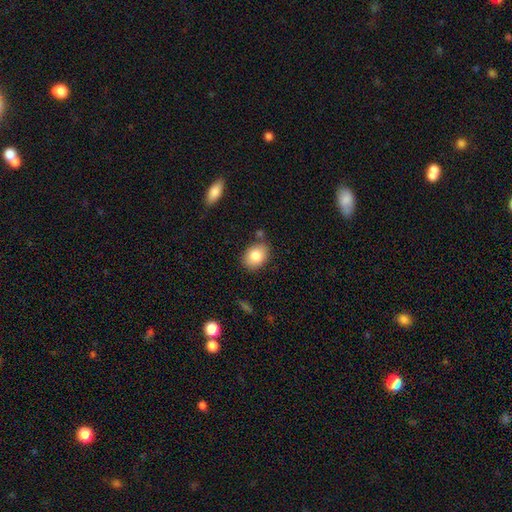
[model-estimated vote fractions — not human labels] smooth_or_featured: smooth (p=0.83) [alt: featured or disk p=0.10]
how_rounded: in between (p=0.73) [alt: round p=0.26]
merging: none (p=0.79) [alt: minor disturbance p=0.13]